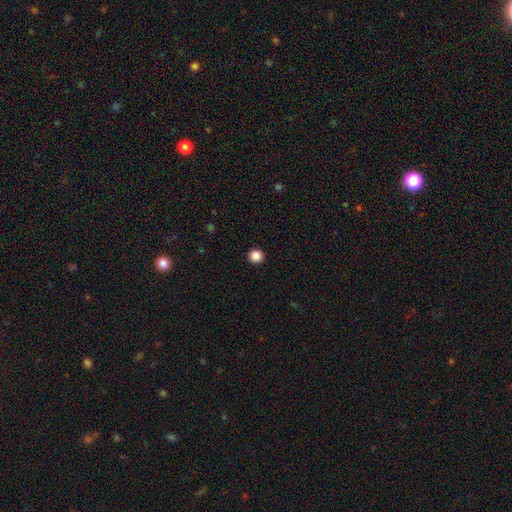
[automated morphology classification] Smooth or featured?
  - smooth: 87% *
  - star or artifact: 11%
  - featured or disk: 2%
How rounded?
  - round: 95% *
  - in between: 4%
  - cigar-shaped: 1%
Merging?
  - none: 94% *
  - minor disturbance: 4%
  - major disturbance: 1%
  - merger: 1%